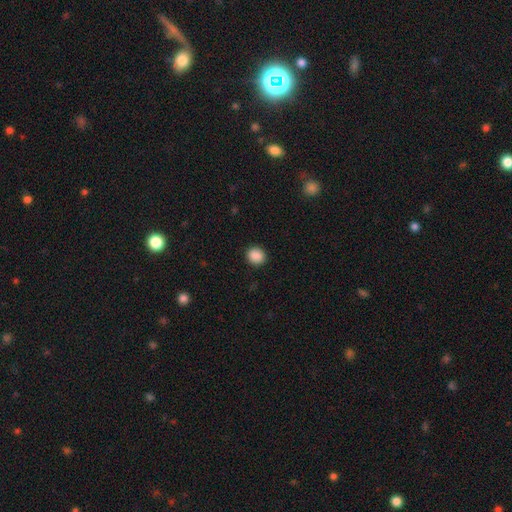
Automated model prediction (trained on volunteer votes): Smooth or featured: smooth — 88% (star or artifact — 9%)
How rounded: round — 80% (in between — 19%)
Merging: none — 91% (minor disturbance — 6%)